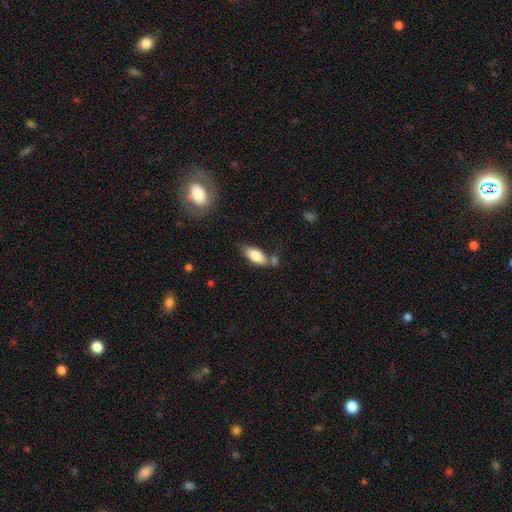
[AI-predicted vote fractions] Smooth or featured: smooth — 78% (featured or disk — 15%)
How rounded: in between — 81% (cigar-shaped — 17%)
Merging: none — 59% (minor disturbance — 20%)